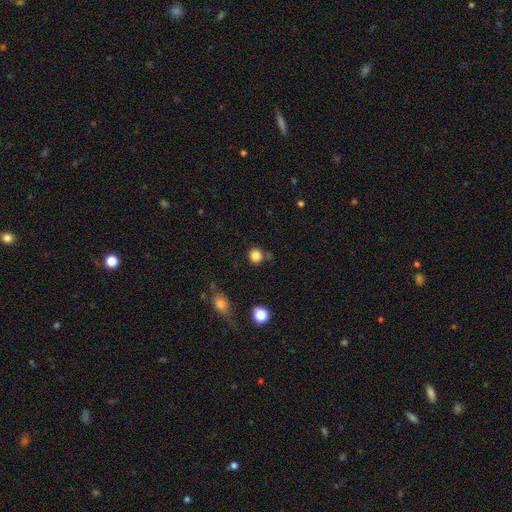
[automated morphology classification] Overall: smooth (84%). How rounded: round (92%). Merging: none (81%).